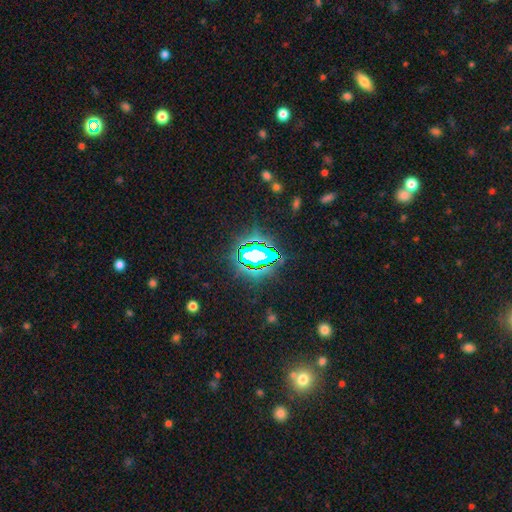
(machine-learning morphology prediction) star or artifact 75%, smooth 14%, featured or disk 11%.